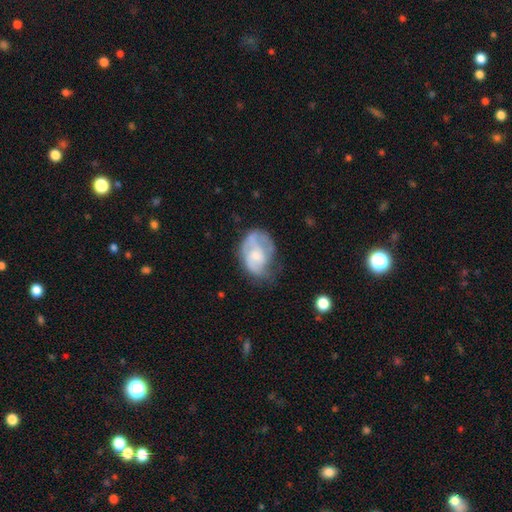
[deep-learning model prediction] This appears to be a featured or disk galaxy (57%) with no bar (73%), spiral arms (59%) and a small central bulge (50%). Merging: none (39%).